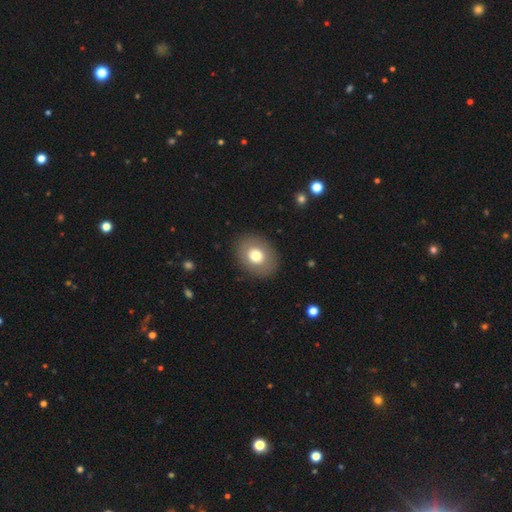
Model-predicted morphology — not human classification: Smooth or featured: smooth — 71% (featured or disk — 21%)
How rounded: in between — 53% (round — 47%)
Merging: none — 89% (minor disturbance — 7%)